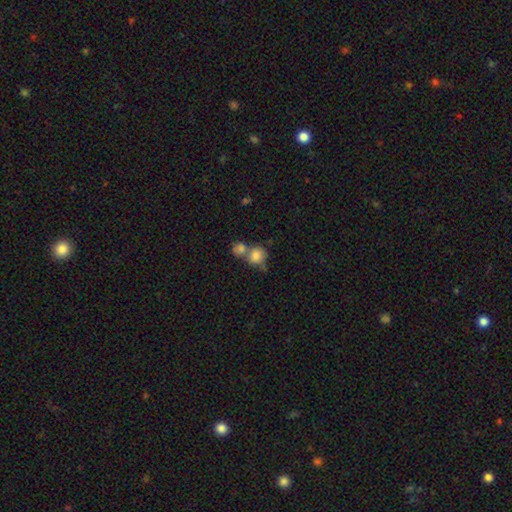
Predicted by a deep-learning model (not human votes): A smooth galaxy with no disk features (82%) that is round (80%). Merging: merger (50%).